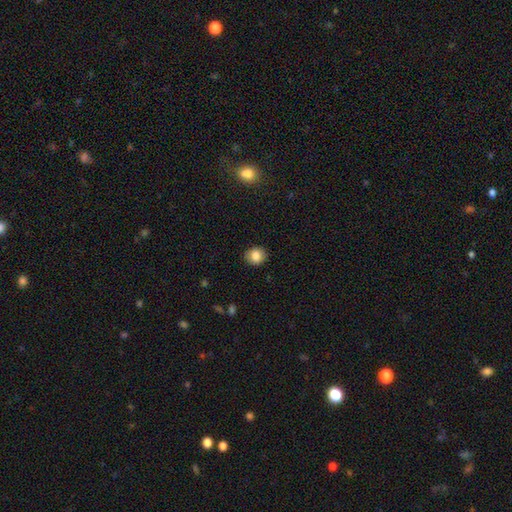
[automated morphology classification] Q: Smooth or featured?
A: smooth (83%); runner-up: star or artifact (9%)
Q: How rounded?
A: round (69%); runner-up: in between (30%)
Q: Merging?
A: none (86%); runner-up: minor disturbance (10%)